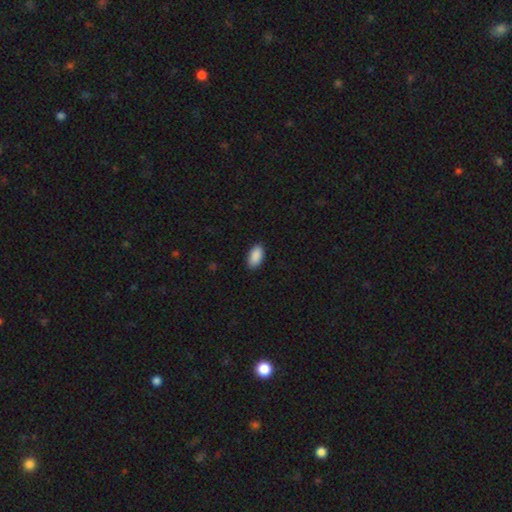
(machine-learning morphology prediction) smooth 91%, star or artifact 7%, featured or disk 3%. Down the decision tree: how rounded — in between (95%); merging — none (89%).